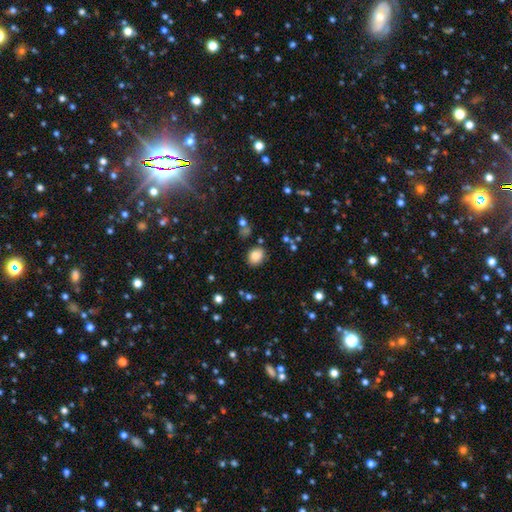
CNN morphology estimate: Smooth or featured?
  - smooth: 84% *
  - star or artifact: 11%
  - featured or disk: 5%
How rounded?
  - round: 53% *
  - in between: 46%
  - cigar-shaped: 1%
Merging?
  - none: 81% *
  - minor disturbance: 12%
  - major disturbance: 4%
  - merger: 3%